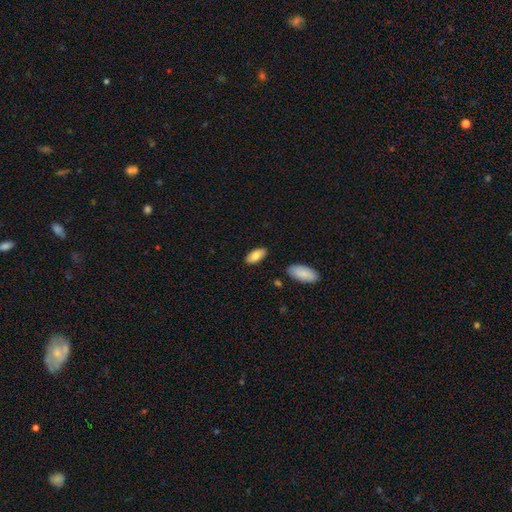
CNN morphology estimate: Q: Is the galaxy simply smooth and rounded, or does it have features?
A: smooth — 83%.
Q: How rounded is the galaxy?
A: in between — 91%.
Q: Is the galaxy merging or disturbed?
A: none — 86%.